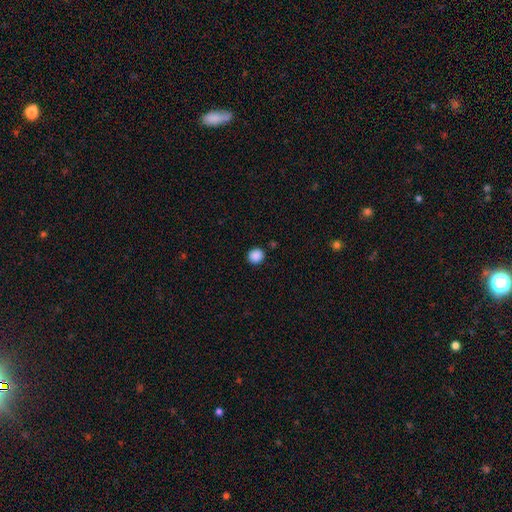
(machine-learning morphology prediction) This is clearly a smooth galaxy (88%). How rounded: clearly round (85%). Merging: clearly none (90%).